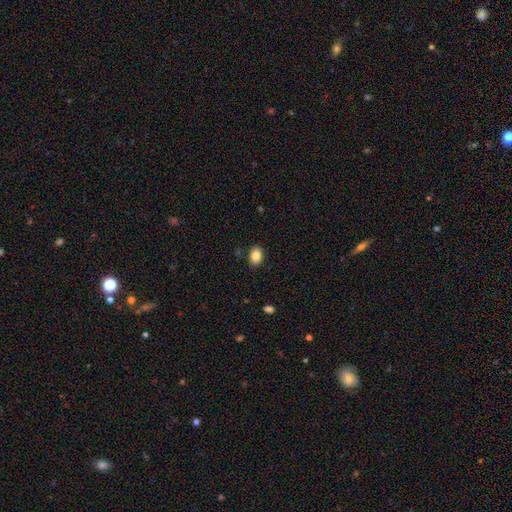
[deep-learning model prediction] Smooth or featured?
  - smooth: 84% *
  - star or artifact: 9%
  - featured or disk: 8%
How rounded?
  - in between: 76% *
  - round: 23%
  - cigar-shaped: 1%
Merging?
  - none: 87% *
  - minor disturbance: 9%
  - major disturbance: 2%
  - merger: 2%